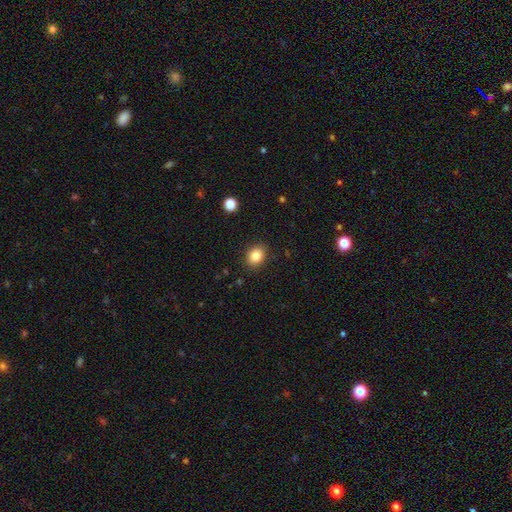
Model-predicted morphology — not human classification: A smooth galaxy with no disk features (85%) that is in between round and cigar-shaped (50%). Merging: none (88%).